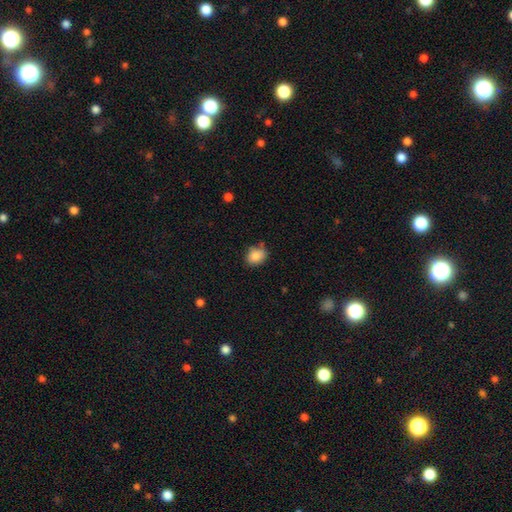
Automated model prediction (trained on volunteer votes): smooth-or-featured: smooth: 86% | star or artifact: 9% | featured or disk: 6%
  how-rounded: in between: 51% | round: 48% | cigar-shaped: 1%
  merging: none: 72% | minor disturbance: 20% | merger: 5% | major disturbance: 4%